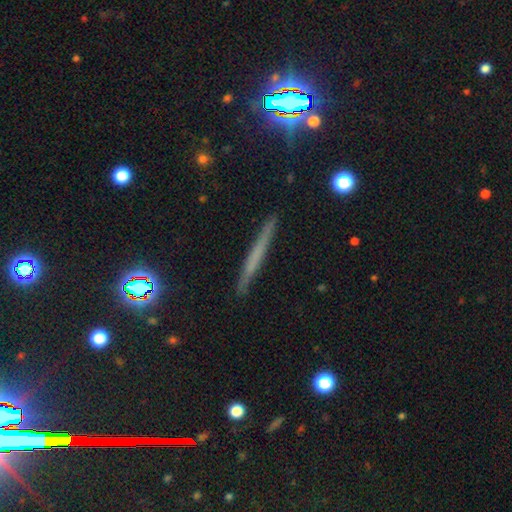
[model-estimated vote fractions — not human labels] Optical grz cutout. It shows a smooth galaxy with no disk features (44%). Merging: none (89%).